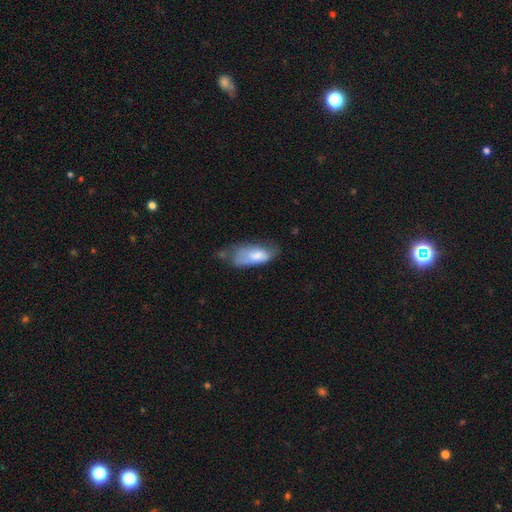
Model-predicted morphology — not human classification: smooth-or-featured: smooth: 68% | featured or disk: 25% | star or artifact: 7%
  how-rounded: in between: 86% | cigar-shaped: 12% | round: 2%
  merging: minor disturbance: 35% | major disturbance: 30% | none: 29% | merger: 6%